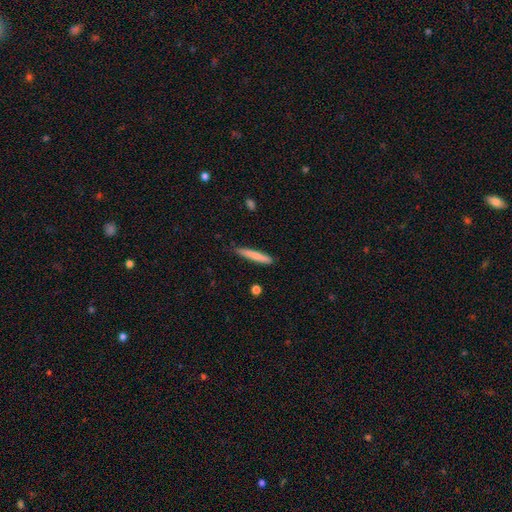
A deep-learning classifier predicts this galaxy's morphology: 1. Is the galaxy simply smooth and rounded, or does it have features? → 76% smooth, 18% featured or disk, 6% star or artifact.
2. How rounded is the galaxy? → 94% cigar-shaped, 4% in between, 1% round.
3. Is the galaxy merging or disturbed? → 83% none, 13% minor disturbance, 2% major disturbance, 2% merger.